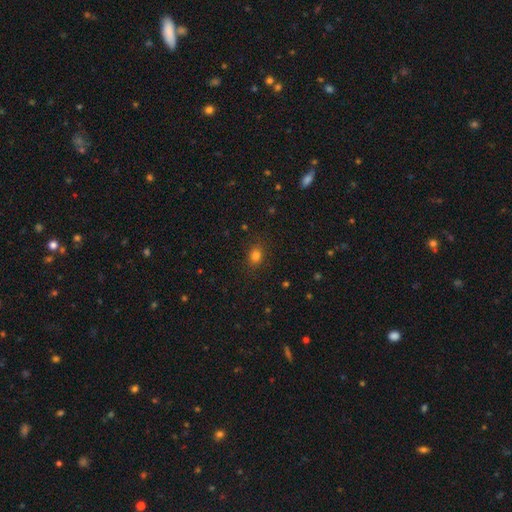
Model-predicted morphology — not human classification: Overall: smooth (81%). How rounded: round (54%; in between 44%). Merging: none (86%).